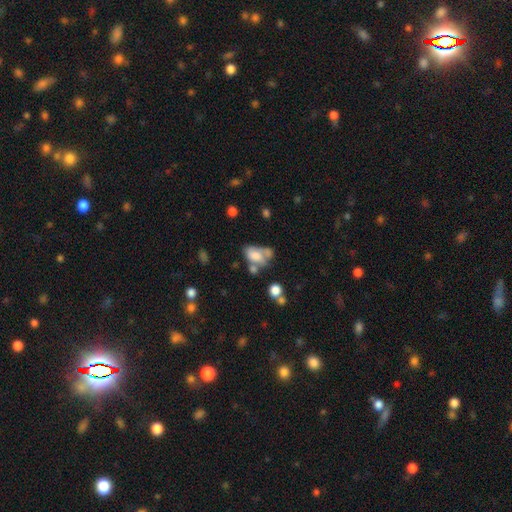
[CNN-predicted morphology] A smooth galaxy with no disk features (64%) that is in between round and cigar-shaped (87%).

Vote fractions:
- Smooth or featured? smooth: 64% / featured or disk: 26% / star or artifact: 10%
- How rounded? in between: 87% / round: 12% / cigar-shaped: 2%
- Merging? merger: 38% / none: 23% / major disturbance: 20% / minor disturbance: 19%